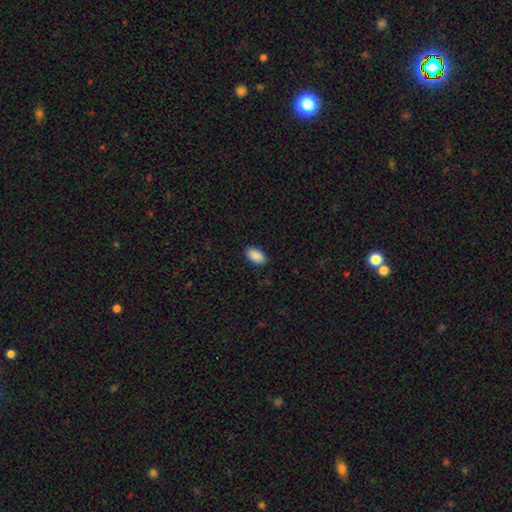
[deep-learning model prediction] Smooth or featured? smooth (91%)
How rounded? in between (94%)
Merging? none (88%)